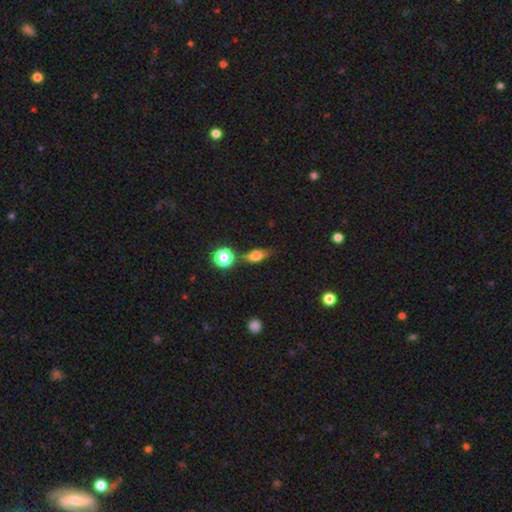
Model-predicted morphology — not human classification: type=smooth (62%); roundness=in between (58%); merging=none (67%).